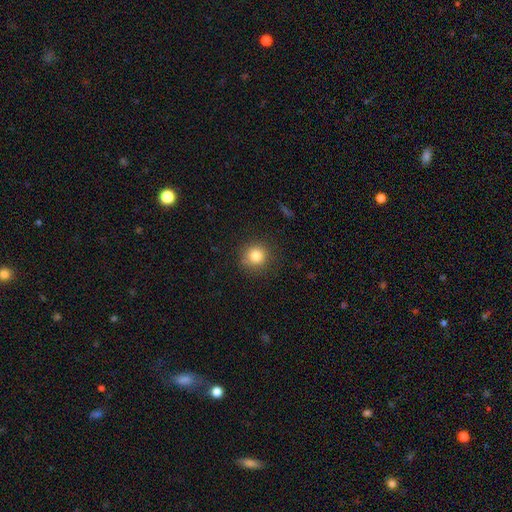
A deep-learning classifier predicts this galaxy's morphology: smooth-or-featured: smooth: 82% | star or artifact: 12% | featured or disk: 6%
  how-rounded: round: 92% | in between: 7% | cigar-shaped: 1%
  merging: none: 86% | minor disturbance: 10% | major disturbance: 3% | merger: 1%